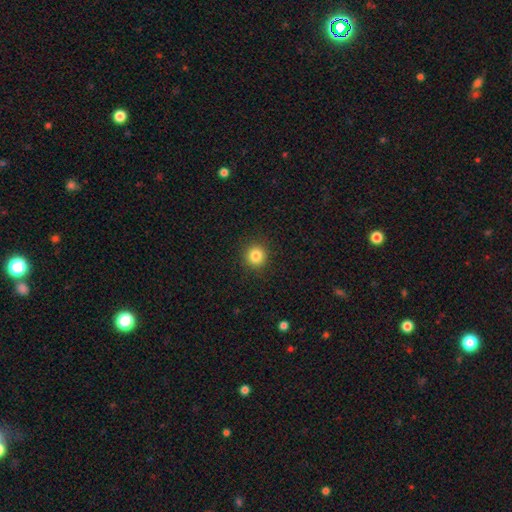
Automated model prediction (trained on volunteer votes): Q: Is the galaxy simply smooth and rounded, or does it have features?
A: smooth — 84%.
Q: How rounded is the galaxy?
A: round — 93%.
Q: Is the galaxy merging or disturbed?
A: none — 92%.